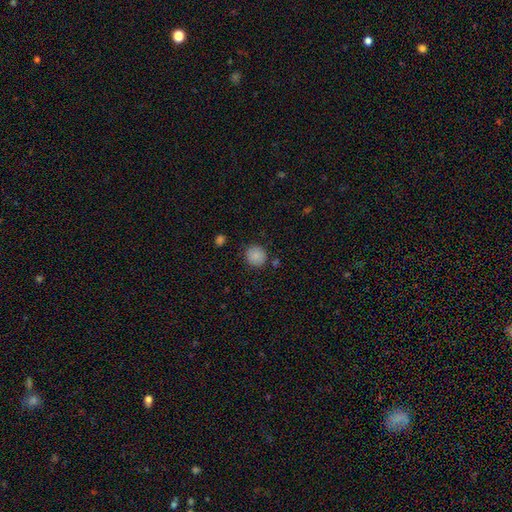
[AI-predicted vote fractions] The model was most divided on "merging": none: 84%, minor disturbance: 10%, merger: 3%, major disturbance: 3%. More confident: how rounded — round (90%); smooth or featured — smooth (86%).